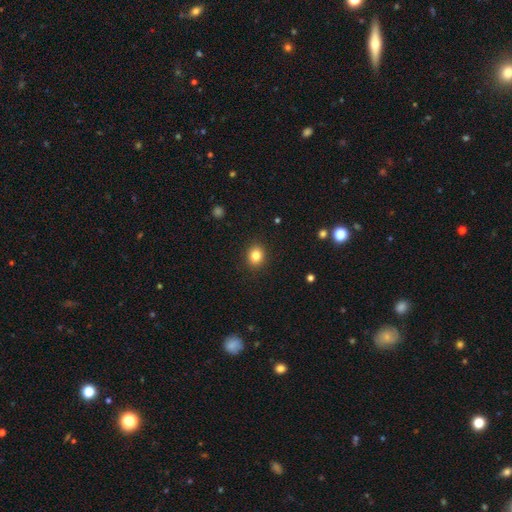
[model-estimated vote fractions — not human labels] smooth 83%, star or artifact 11%, featured or disk 6%. Down the decision tree: how rounded — round (63%); merging — none (90%).